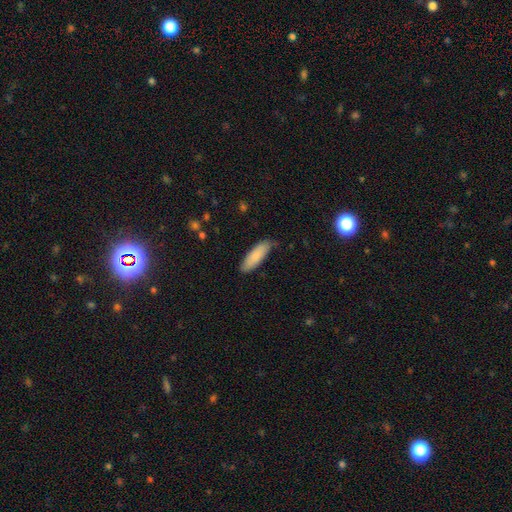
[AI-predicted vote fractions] Q: Smooth or featured?
A: smooth (85%); runner-up: featured or disk (9%)
Q: How rounded?
A: in between (54%); runner-up: cigar-shaped (45%)
Q: Merging?
A: none (79%); runner-up: minor disturbance (17%)